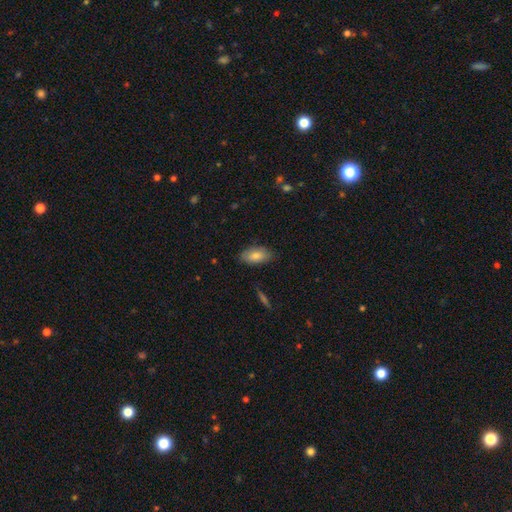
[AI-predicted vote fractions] This appears to be a smooth galaxy with no disk features (81%) that is in between round and cigar-shaped (92%). Merging: none (81%).